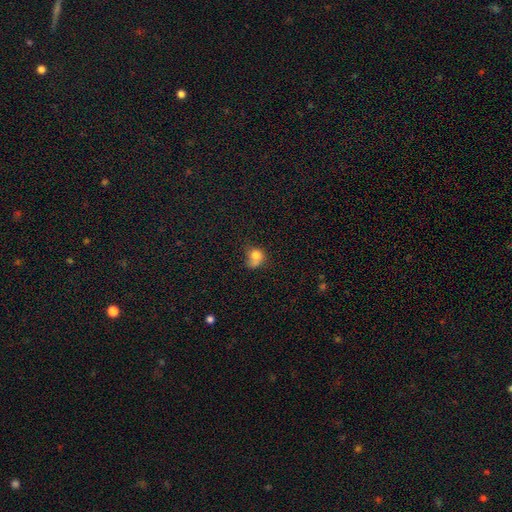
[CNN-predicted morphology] A smooth galaxy with no disk features (76%) that is round (61%). Merging: none (34%).